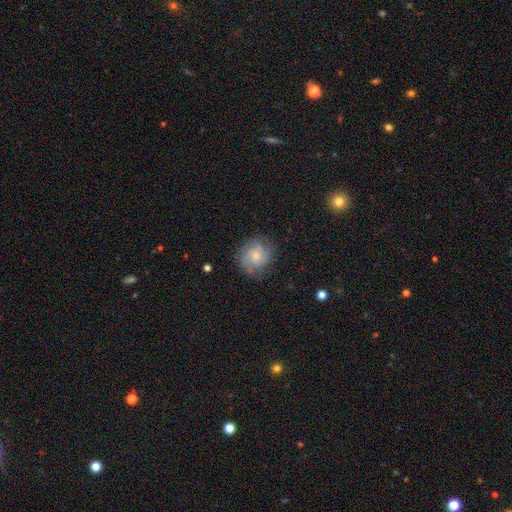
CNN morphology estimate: A featured or disk galaxy (60%) with no bar (69%), tight (49%) spiral arms (89%) and a small central bulge (55%). Merging: none (75%).